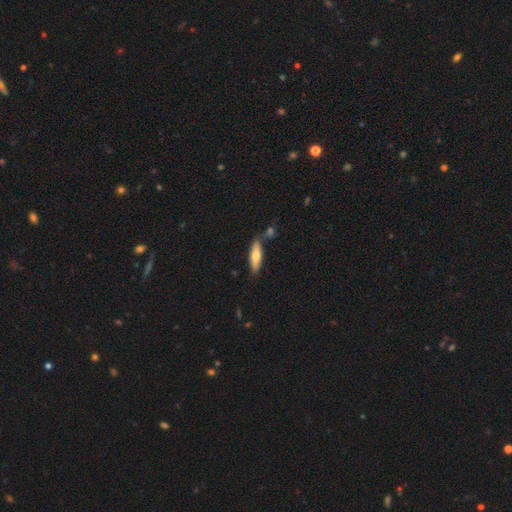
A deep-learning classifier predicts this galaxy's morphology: Q: Smooth or featured?
A: smooth (64%); runner-up: featured or disk (30%)
Q: How rounded?
A: cigar-shaped (63%); runner-up: in between (35%)
Q: Merging?
A: none (74%); runner-up: minor disturbance (13%)